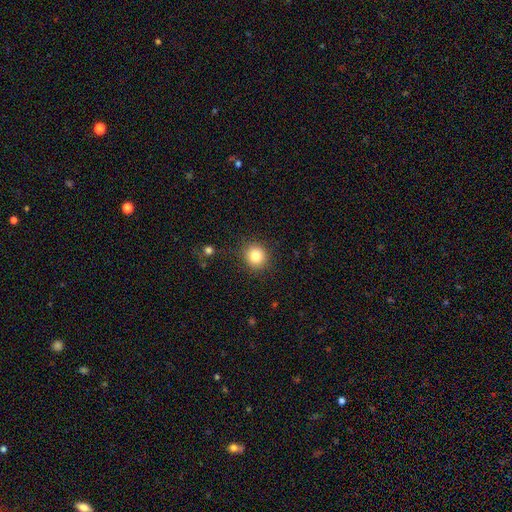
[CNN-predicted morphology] smooth 83%, star or artifact 11%, featured or disk 7%. Down the decision tree: how rounded — round (88%); merging — none (88%).